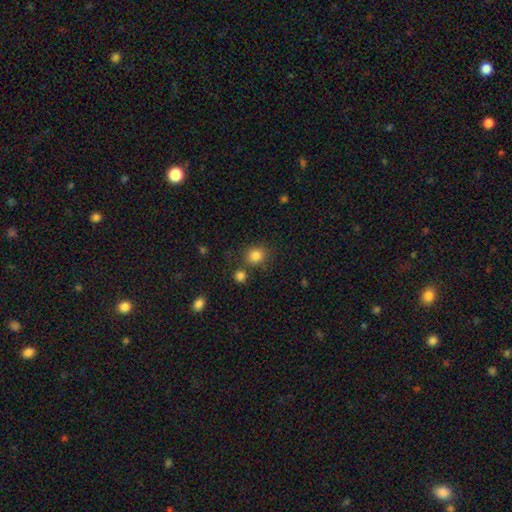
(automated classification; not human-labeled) This appears to be a smooth galaxy with no disk features (83%) that is round (81%). Merging: none (75%).